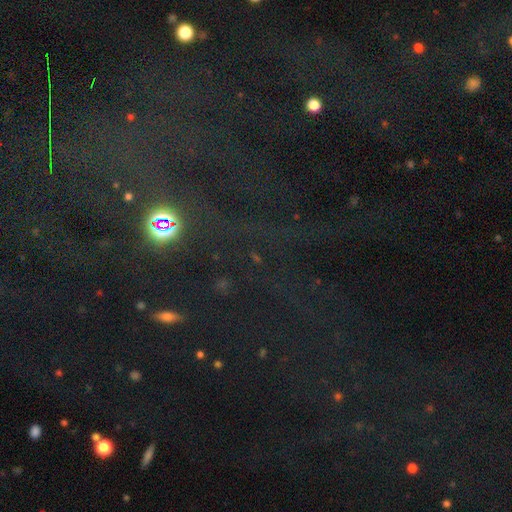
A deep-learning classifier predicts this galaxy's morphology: smooth_or_featured: star or artifact (p=0.75) [alt: smooth p=0.16]